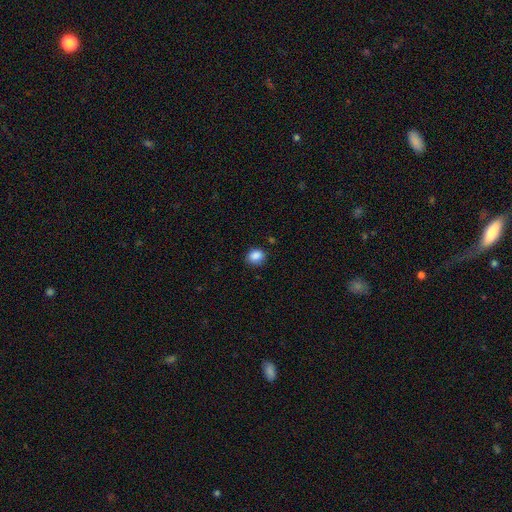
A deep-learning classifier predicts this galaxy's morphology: smooth 87%, star or artifact 9%, featured or disk 3%. Down the decision tree: how rounded — round (62%); merging — none (81%).